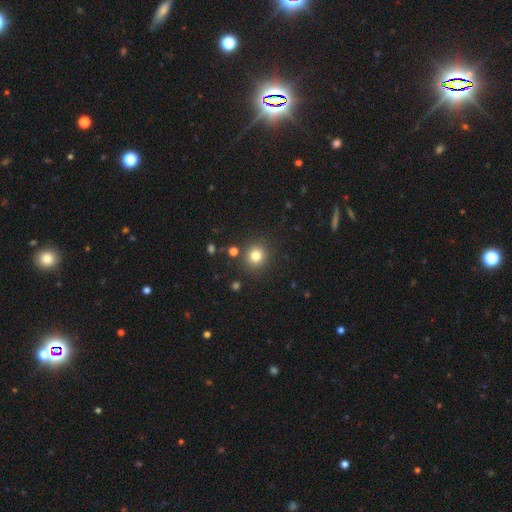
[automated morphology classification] Smooth or featured? smooth (80%)
How rounded? round (89%)
Merging? none (86%)